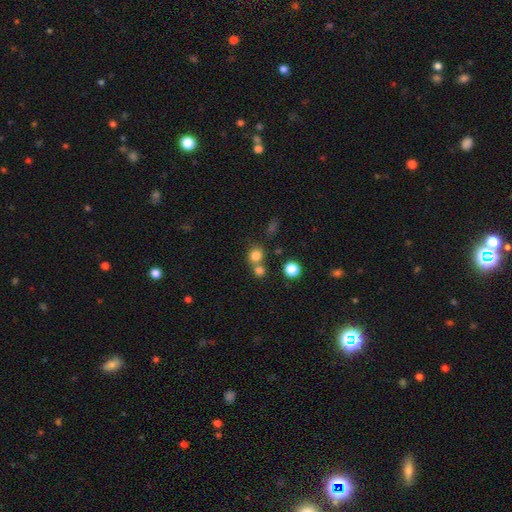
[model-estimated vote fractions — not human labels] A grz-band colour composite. It shows a smooth galaxy with no disk features (79%) that is round (81%). Merging: none (53%).